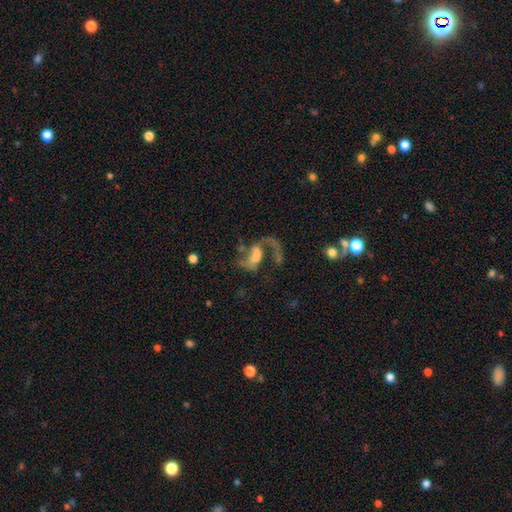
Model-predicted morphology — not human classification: This is likely a featured or disk galaxy (75%). It is clearly not viewed edge-on (96%). Bar: marginally weak (40%). Spiral arm pattern: clearly yes (84%). Spiral arm count: possibly 2 (51%). Spiral winding: likely loose (67%). Central bulge: marginally moderate (35%). Merging: marginally major disturbance (40%).